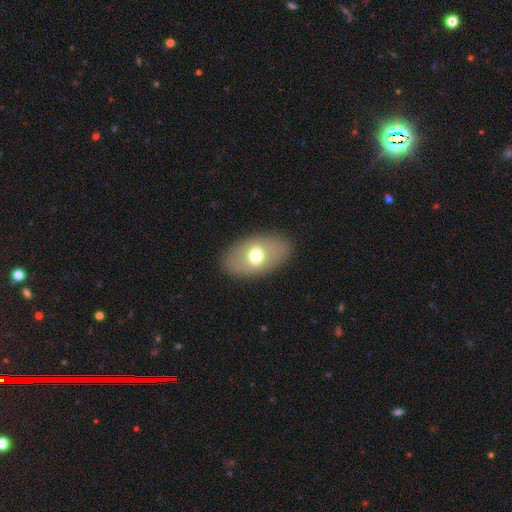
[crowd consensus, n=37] smooth-or-featured: smooth: 62% | featured or disk: 35% | star or artifact: 3%
  how-rounded: in between: 87% | round: 9% | cigar-shaped: 4%
  merging: none: 83% | minor disturbance: 11% | major disturbance: 6% | merger: 0%